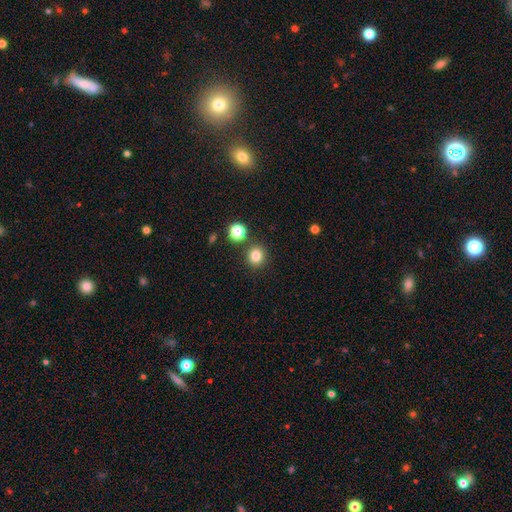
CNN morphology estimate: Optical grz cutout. It shows a smooth galaxy with no disk features (82%) that is round (86%). Merging: none (86%).